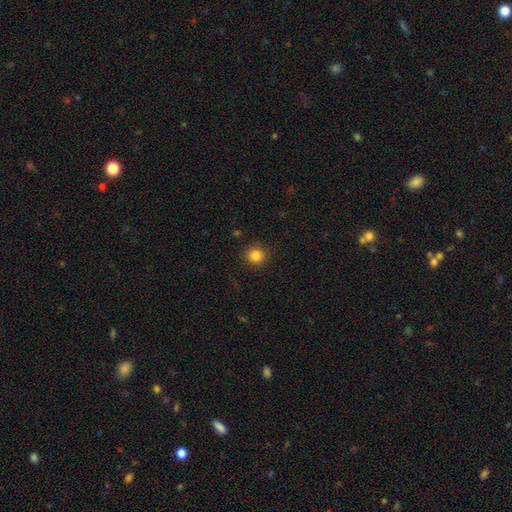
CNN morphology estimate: smooth 84%, star or artifact 12%, featured or disk 4%. Down the decision tree: how rounded — round (93%); merging — none (90%).